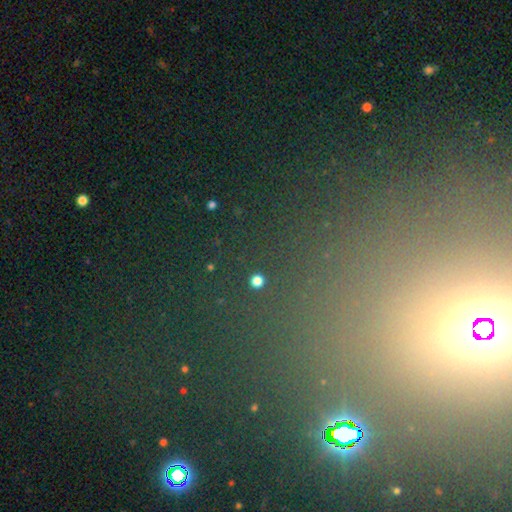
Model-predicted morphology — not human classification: A star or artifact, not a galaxy (68%).